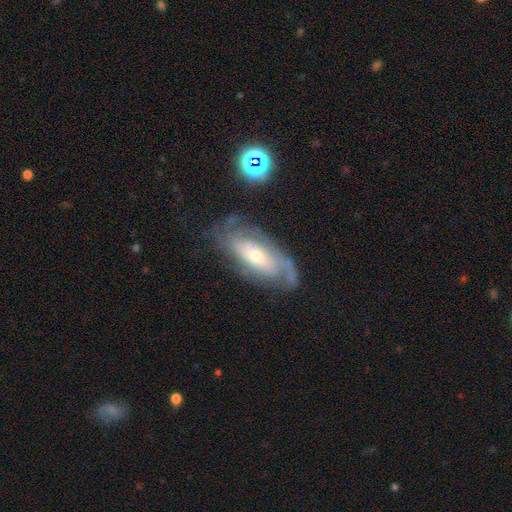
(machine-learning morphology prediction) A featured or disk galaxy (75%) with no bar (68%), tight (57%) spiral arms (86%) and a small central bulge (54%). Merging: none (64%).